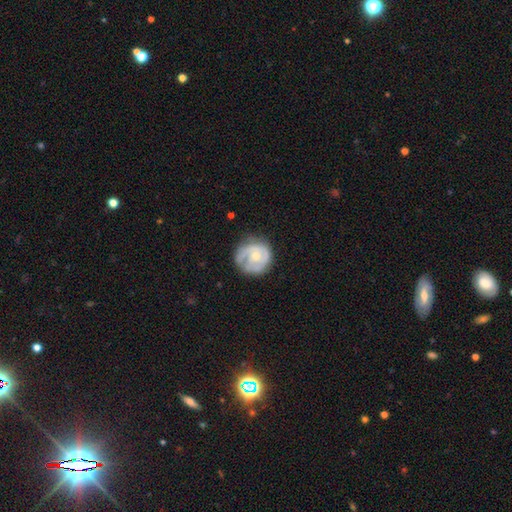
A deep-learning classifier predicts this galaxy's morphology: Smooth or featured: featured or disk — 67% (smooth — 27%)
Edge-on disk: no — 98% (yes — 2%)
Bar: no — 77% (weak — 20%)
Spiral arms: yes — 81% (no — 19%)
Spiral winding: tight — 57% (medium — 31%)
Spiral arm count: 2 — 36% (can't tell — 28%)
Bulge size: small — 53% (moderate — 41%)
Merging: none — 65% (minor disturbance — 23%)